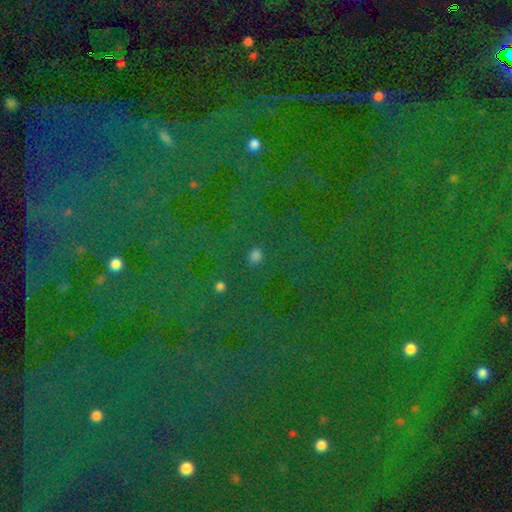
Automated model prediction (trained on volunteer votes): Smooth or featured? star or artifact (81%)